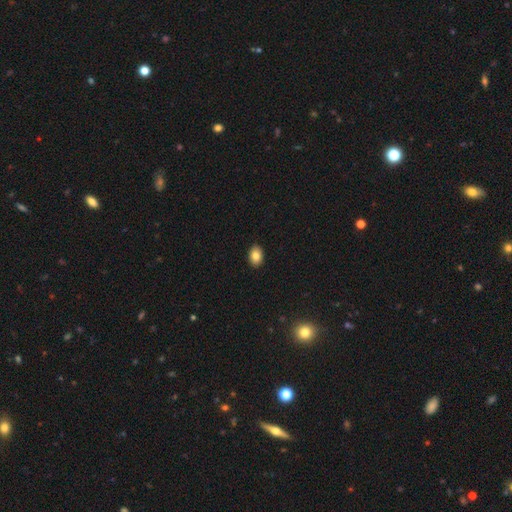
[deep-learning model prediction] Overall: smooth (85%). How rounded: in between (82%). Merging: none (90%).